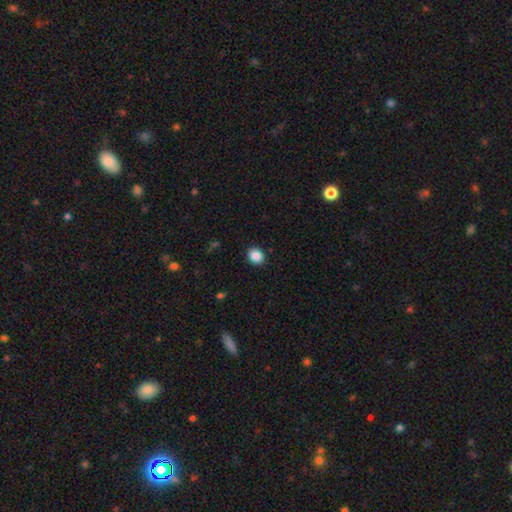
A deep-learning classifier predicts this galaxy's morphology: Smooth or featured? smooth (88%)
How rounded? round (59%)
Merging? none (91%)